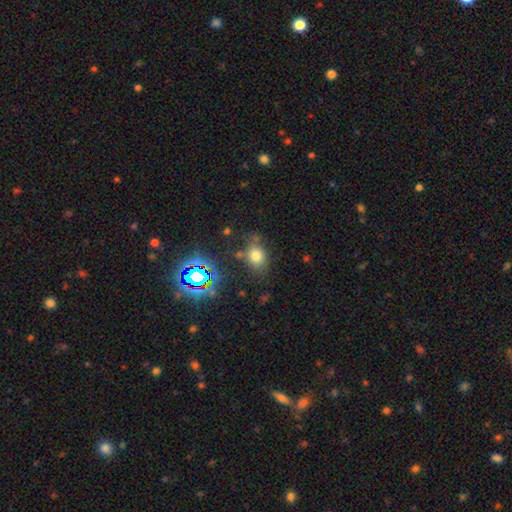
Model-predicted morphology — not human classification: A smooth galaxy with no disk features (70%) that is in between round and cigar-shaped (59%).

Vote fractions:
- Smooth or featured? smooth: 70% / star or artifact: 21% / featured or disk: 10%
- How rounded? in between: 59% / round: 40% / cigar-shaped: 2%
- Merging? none: 69% / minor disturbance: 18% / merger: 7% / major disturbance: 7%